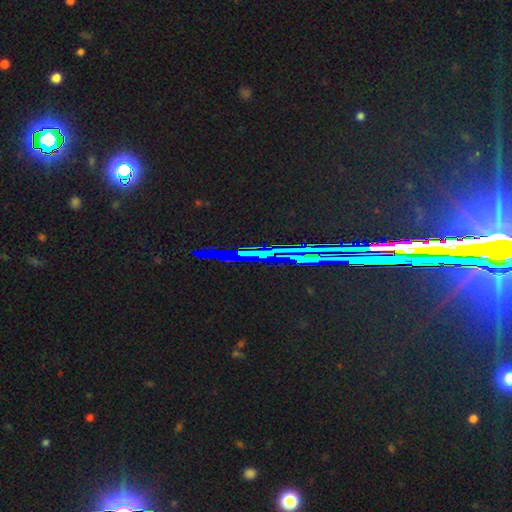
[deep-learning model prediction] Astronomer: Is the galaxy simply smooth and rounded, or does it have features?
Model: star or artifact — 82%.